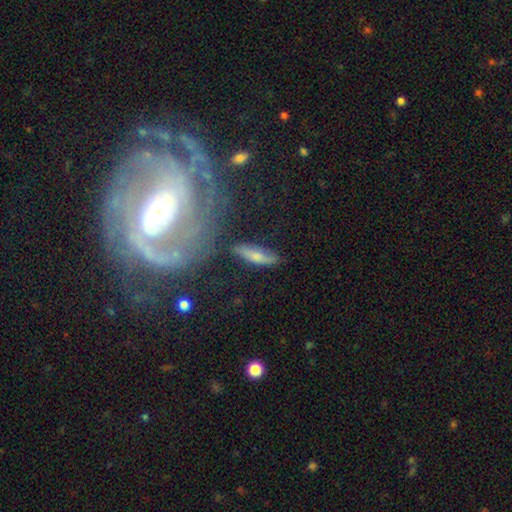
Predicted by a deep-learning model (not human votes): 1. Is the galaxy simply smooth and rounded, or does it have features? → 65% smooth, 27% featured or disk, 8% star or artifact.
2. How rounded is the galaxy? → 65% cigar-shaped, 32% in between, 3% round.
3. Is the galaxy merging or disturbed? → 77% none, 15% minor disturbance, 4% major disturbance, 4% merger.